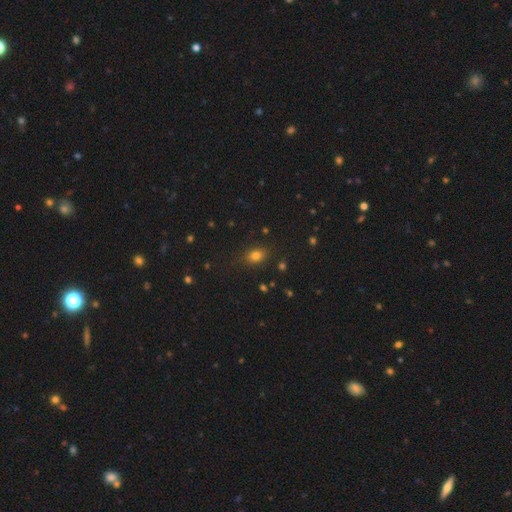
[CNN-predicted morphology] The model was most divided on "how rounded": in between: 62%, round: 36%, cigar-shaped: 2%. More confident: merging — none (83%); smooth or featured — smooth (78%).